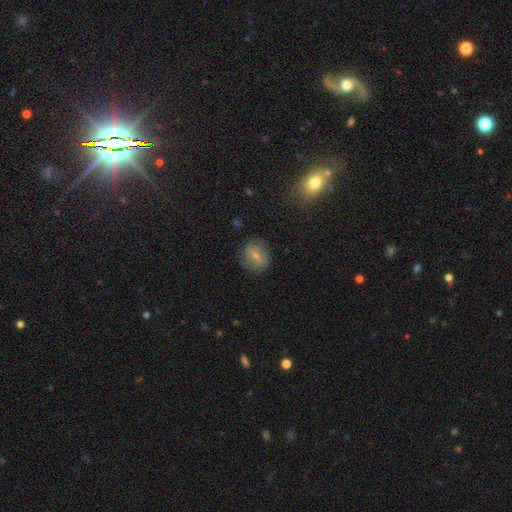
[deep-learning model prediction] smooth_or_featured: smooth (p=0.53) [alt: featured or disk p=0.37]
how_rounded: round (p=0.73) [alt: in between p=0.25]
merging: none (p=0.77) [alt: minor disturbance p=0.16]